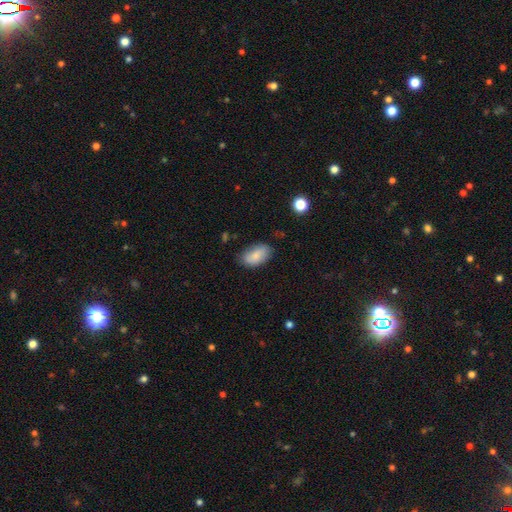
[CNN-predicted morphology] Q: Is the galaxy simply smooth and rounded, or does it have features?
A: smooth — 81%.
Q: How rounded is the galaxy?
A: in between — 94%.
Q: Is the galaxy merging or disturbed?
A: none — 76%.